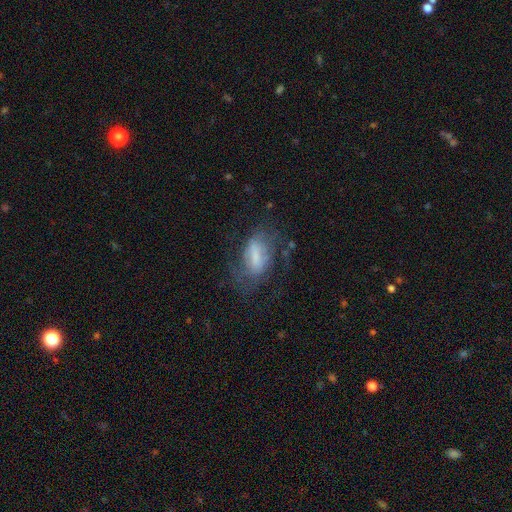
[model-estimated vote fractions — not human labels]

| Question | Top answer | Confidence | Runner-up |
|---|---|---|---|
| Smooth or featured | featured or disk | 51% | smooth (38%) |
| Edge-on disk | no | 91% | yes (9%) |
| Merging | none | 51% | major disturbance (24%) |